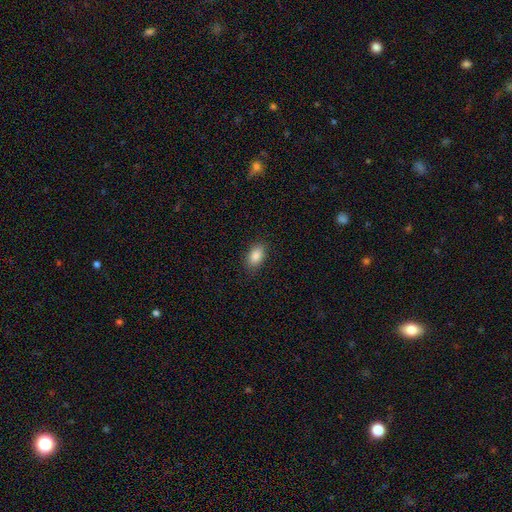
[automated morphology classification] A smooth galaxy with no disk features (87%) that is in between round and cigar-shaped (90%).

Vote fractions:
- Smooth or featured? smooth: 87% / star or artifact: 8% / featured or disk: 5%
- How rounded? in between: 90% / round: 8% / cigar-shaped: 2%
- Merging? none: 87% / minor disturbance: 9% / major disturbance: 2% / merger: 1%